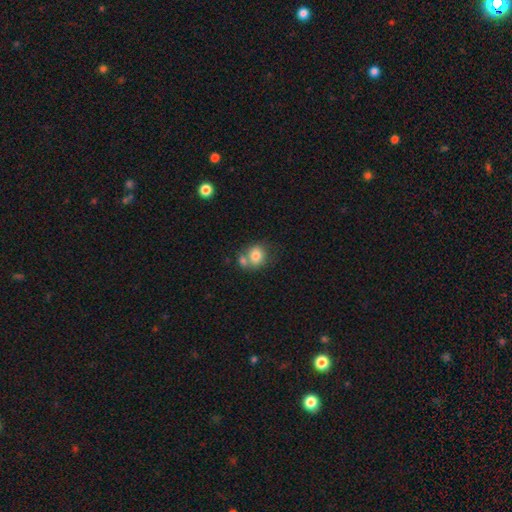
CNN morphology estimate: Smooth or featured? Predicted: smooth (p=0.78). How rounded? Predicted: round (p=0.68). Merging? Predicted: none (p=0.43).